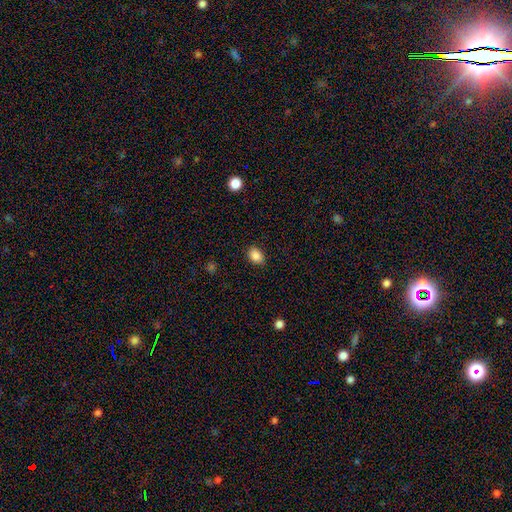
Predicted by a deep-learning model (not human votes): A smooth galaxy with no disk features (87%) that is in between round and cigar-shaped (74%).

Vote fractions:
- Smooth or featured? smooth: 87% / star or artifact: 9% / featured or disk: 4%
- How rounded? in between: 74% / round: 25% / cigar-shaped: 1%
- Merging? none: 84% / minor disturbance: 12% / major disturbance: 2% / merger: 1%